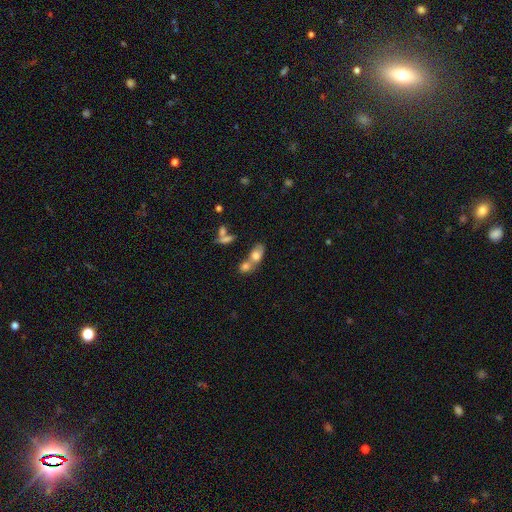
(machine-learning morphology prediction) Smooth or featured: smooth — 69% (featured or disk — 20%)
How rounded: in between — 72% (round — 22%)
Merging: merger — 64% (none — 22%)